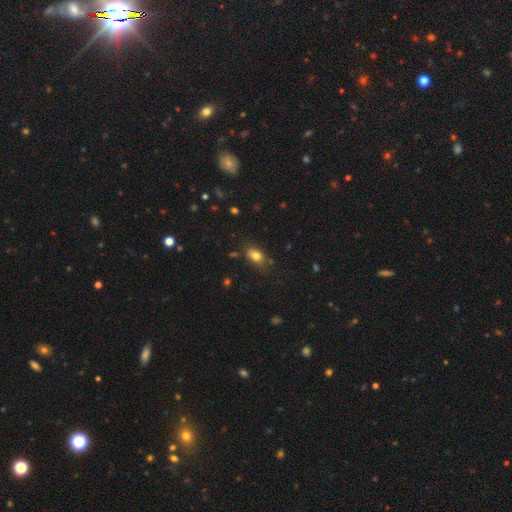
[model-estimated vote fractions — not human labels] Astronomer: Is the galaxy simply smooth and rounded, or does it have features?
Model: smooth — 80%.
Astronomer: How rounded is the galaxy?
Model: in between — 83%.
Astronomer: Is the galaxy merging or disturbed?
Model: none — 73%.